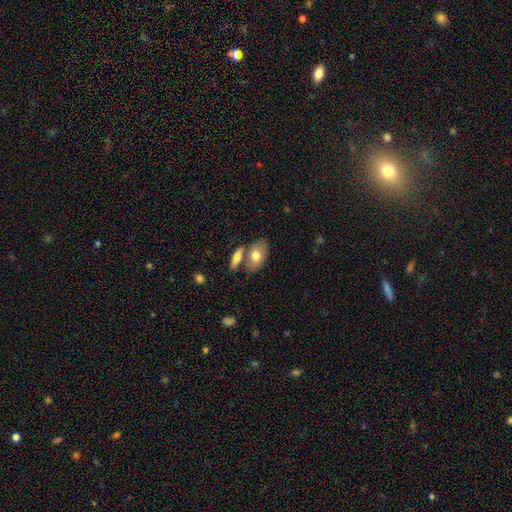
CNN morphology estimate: Smooth or featured? Predicted: smooth (p=0.73). How rounded? Predicted: in between (p=0.89). Merging? Predicted: none (p=0.55).